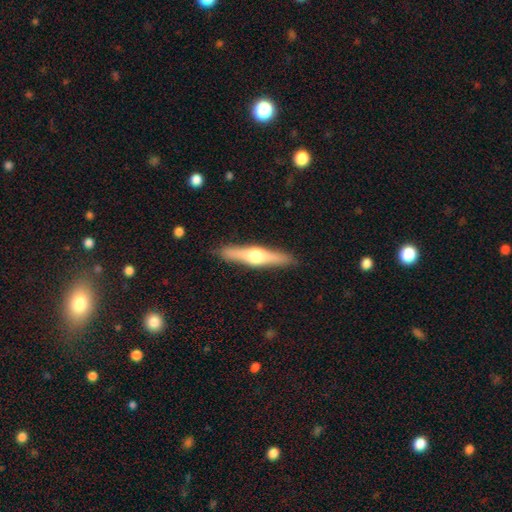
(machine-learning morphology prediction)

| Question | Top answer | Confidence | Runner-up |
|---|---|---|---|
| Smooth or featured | featured or disk | 62% | smooth (33%) |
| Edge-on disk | yes | 96% | no (4%) |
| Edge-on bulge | rounded | 94% | boxy (4%) |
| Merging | none | 90% | minor disturbance (8%) |